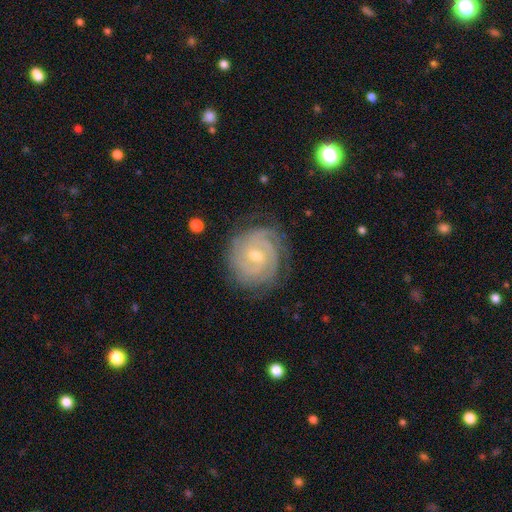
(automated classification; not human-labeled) A featured or disk galaxy (87%) with no bar (53%), 3 (28%) tight (79%) spiral arms (97%) and a small central bulge (52%). Merging: none (79%).